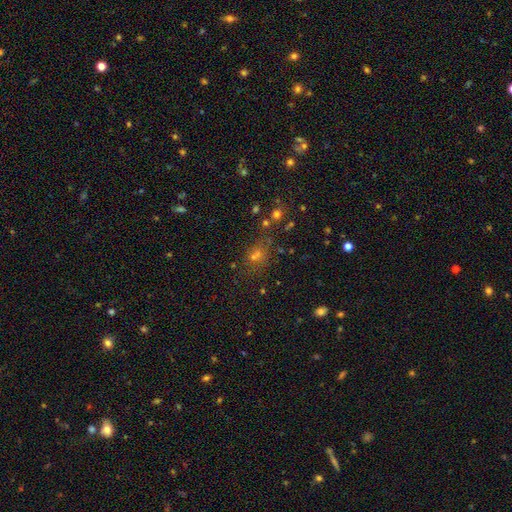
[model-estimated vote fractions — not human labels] Smooth or featured? smooth (51%)
How rounded? round (51%)
Merging? none (66%)